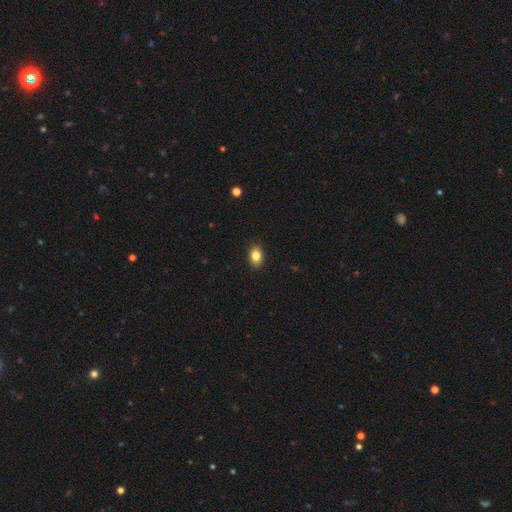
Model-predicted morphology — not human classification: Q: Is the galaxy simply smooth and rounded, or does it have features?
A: smooth — 84%.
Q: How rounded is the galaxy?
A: in between — 75%.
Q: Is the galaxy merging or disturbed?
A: none — 89%.